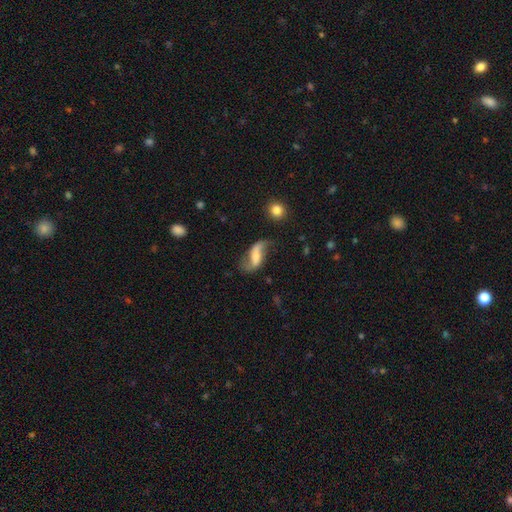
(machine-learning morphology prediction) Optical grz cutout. It shows a featured or disk galaxy (78%) with a weak bar (38%), 2 (92%) loose (87%) spiral arms (93%) and a moderate central bulge (39%). Merging: none (65%).